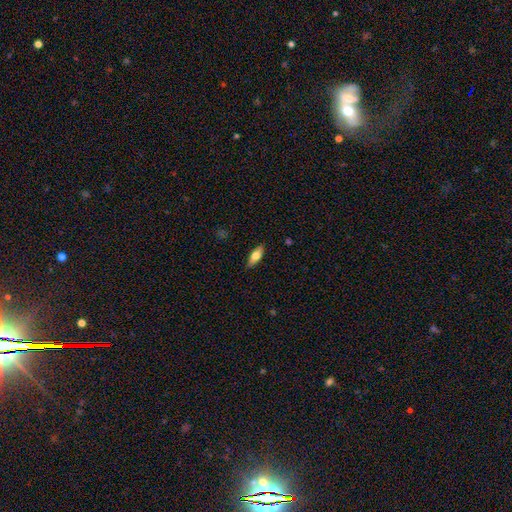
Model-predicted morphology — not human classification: A smooth galaxy with no disk features (59%) that is in between round and cigar-shaped (63%). Merging: none (87%).